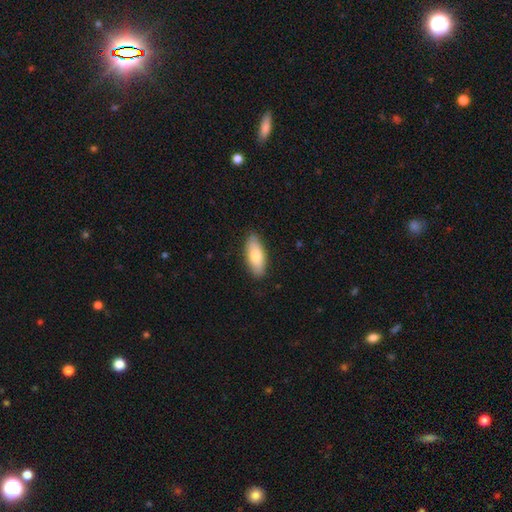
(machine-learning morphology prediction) This is likely a smooth galaxy (77%). How rounded: likely in between (78%). Merging: clearly none (87%).